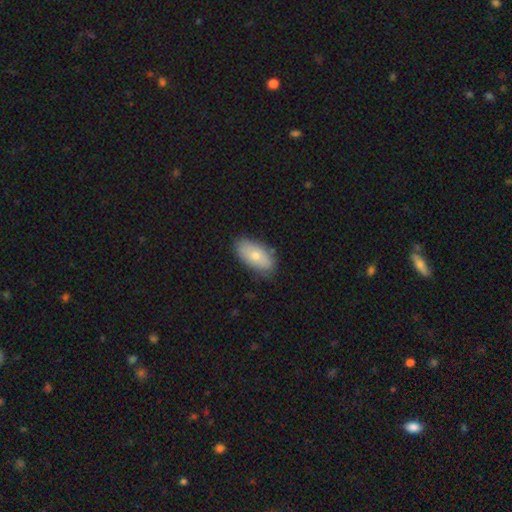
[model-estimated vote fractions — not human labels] smooth 71%, featured or disk 23%, star or artifact 6%. Down the decision tree: how rounded — in between (93%); merging — none (78%).